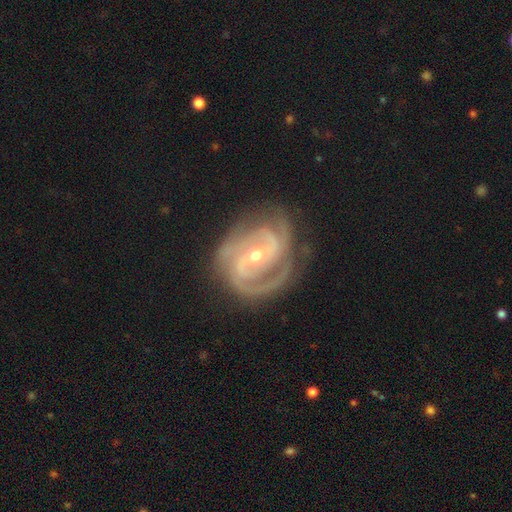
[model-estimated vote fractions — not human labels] Smooth or featured?
  - featured or disk: 91% *
  - smooth: 5%
  - star or artifact: 4%
Edge-on disk?
  - no: 97% *
  - yes: 3%
Bar?
  - weak: 40% *
  - no: 34%
  - strong: 26%
Spiral arms?
  - yes: 97% *
  - no: 3%
Spiral winding?
  - tight: 57% *
  - medium: 36%
  - loose: 7%
Spiral arm count?
  - 2: 52% *
  - 3: 23%
  - can't tell: 12%
  - 1: 5%
  - 4: 4%
  - more than 4: 4%
Bulge size?
  - moderate: 52% *
  - small: 45%
  - large: 2%
  - none: 1%
  - dominant: 1%
Merging?
  - none: 68% *
  - minor disturbance: 20%
  - major disturbance: 10%
  - merger: 2%